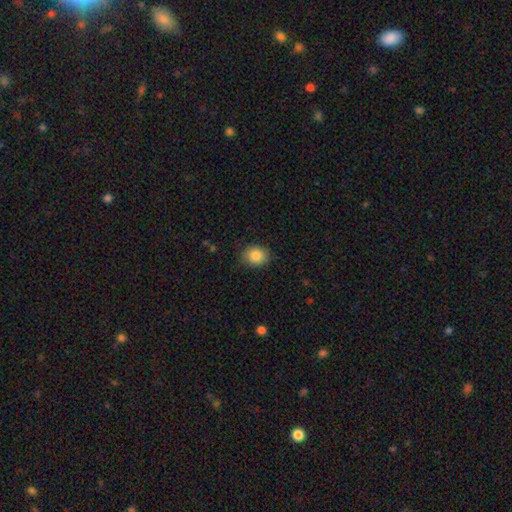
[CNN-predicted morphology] Q: Smooth or featured?
A: smooth (84%); runner-up: star or artifact (9%)
Q: How rounded?
A: round (59%); runner-up: in between (41%)
Q: Merging?
A: none (84%); runner-up: minor disturbance (12%)